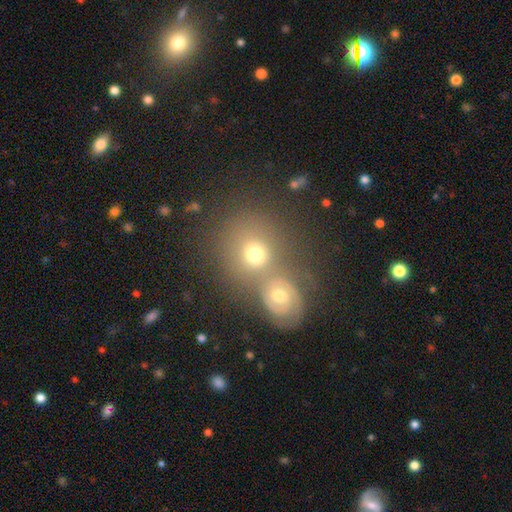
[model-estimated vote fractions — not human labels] This appears to be a smooth galaxy with no disk features (54%) that is round (80%). Merging: merger (51%).